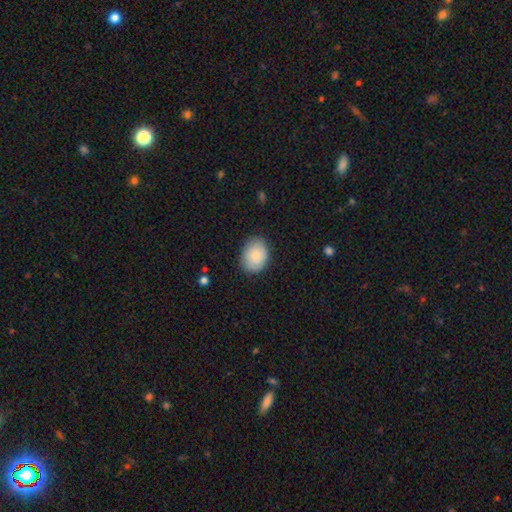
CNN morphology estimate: Overall: smooth (83%). How rounded: in between (59%; round 40%). Merging: none (82%).